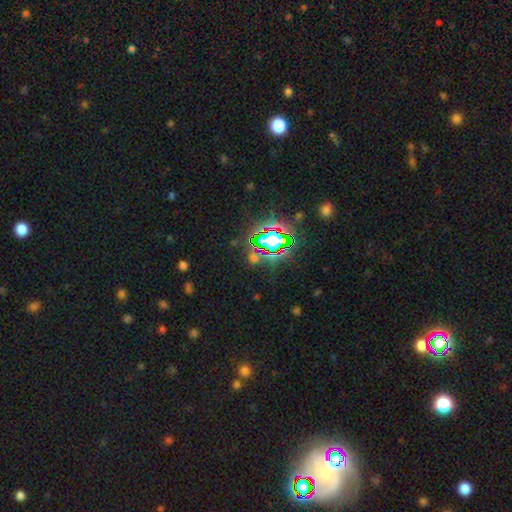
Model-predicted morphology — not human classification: The model was most divided on "smooth or featured": star or artifact: 75%, smooth: 17%, featured or disk: 9%.